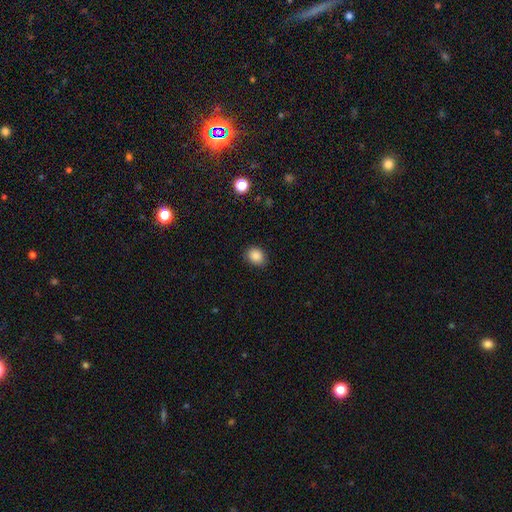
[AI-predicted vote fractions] Smooth or featured: smooth — 87% (star or artifact — 10%)
How rounded: round — 51% (in between — 48%)
Merging: none — 86% (minor disturbance — 11%)